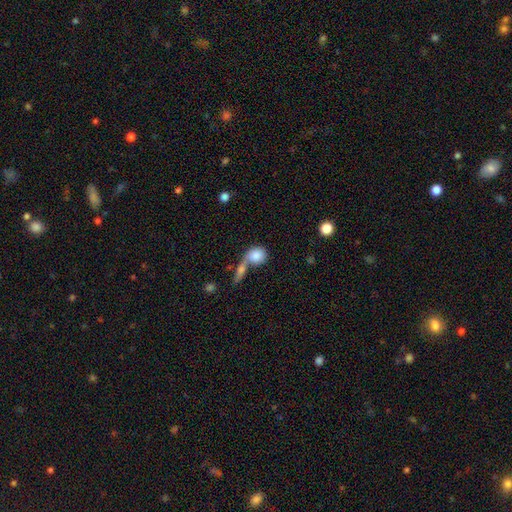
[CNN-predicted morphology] smooth-or-featured: smooth: 81% | featured or disk: 12% | star or artifact: 7%
  how-rounded: round: 70% | in between: 27% | cigar-shaped: 3%
  merging: merger: 56% | none: 28% | minor disturbance: 8% | major disturbance: 7%